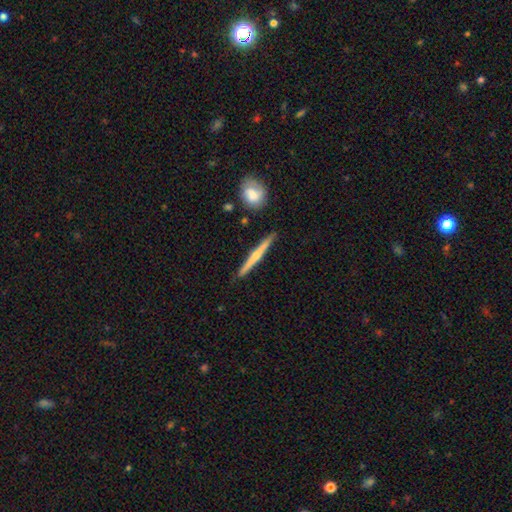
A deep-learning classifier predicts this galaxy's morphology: smooth-or-featured: featured or disk: 60% | smooth: 35% | star or artifact: 6%
  disk-edge-on: yes: 98% | no: 2%
    edge-on-bulge: rounded: 71% | none: 23% | boxy: 6%
  merging: none: 89% | minor disturbance: 8% | merger: 2% | major disturbance: 2%